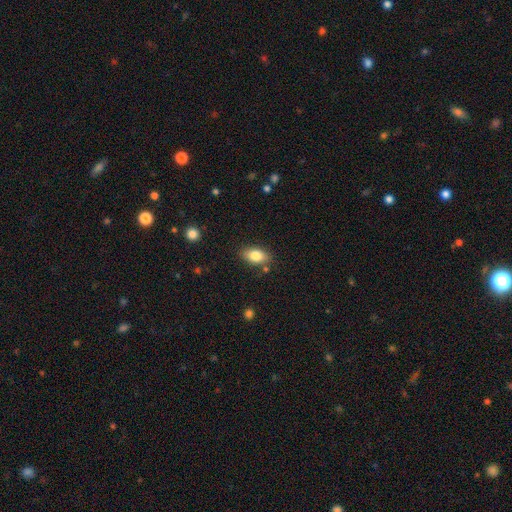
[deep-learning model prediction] A smooth galaxy with no disk features (82%) that is in between round and cigar-shaped (89%).

Vote fractions:
- Smooth or featured? smooth: 82% / featured or disk: 10% / star or artifact: 8%
- How rounded? in between: 89% / round: 8% / cigar-shaped: 3%
- Merging? none: 81% / minor disturbance: 13% / merger: 3% / major disturbance: 3%